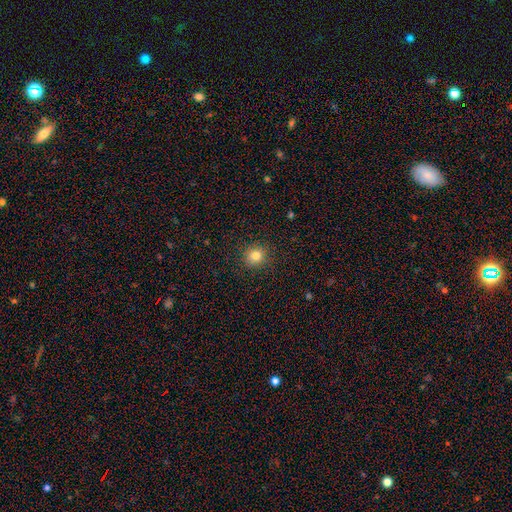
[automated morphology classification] smooth 81%, star or artifact 13%, featured or disk 6%. Down the decision tree: how rounded — round (88%); merging — none (90%).